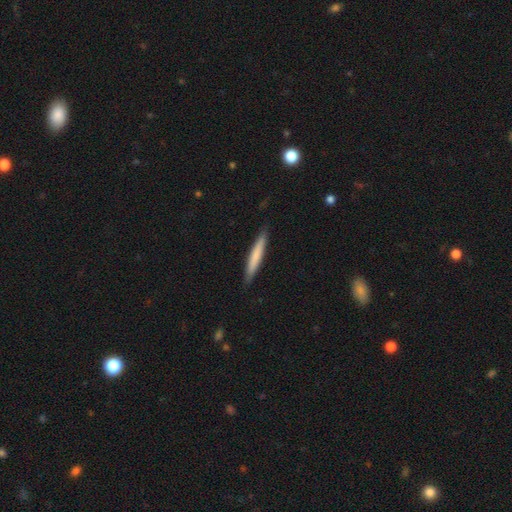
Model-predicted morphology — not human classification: A smooth galaxy with no disk features (71%) that is cigar-shaped (95%).

Vote fractions:
- Smooth or featured? smooth: 71% / featured or disk: 24% / star or artifact: 5%
- How rounded? cigar-shaped: 95% / in between: 4% / round: 1%
- Merging? none: 88% / minor disturbance: 9% / major disturbance: 1% / merger: 1%